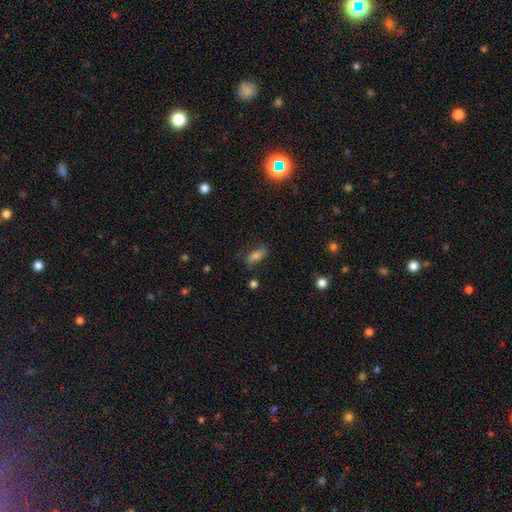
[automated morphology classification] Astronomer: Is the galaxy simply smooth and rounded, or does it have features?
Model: smooth — 73%.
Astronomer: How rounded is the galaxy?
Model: in between — 76%.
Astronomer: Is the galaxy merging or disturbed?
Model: none — 74%.